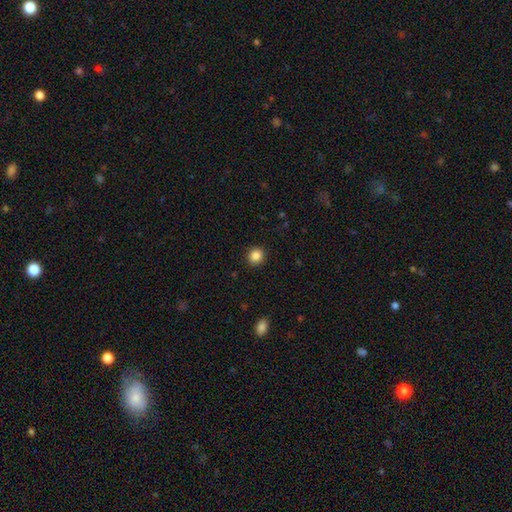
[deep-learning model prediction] Smooth or featured? Predicted: smooth (p=0.86). How rounded? Predicted: round (p=0.89). Merging? Predicted: none (p=0.92).